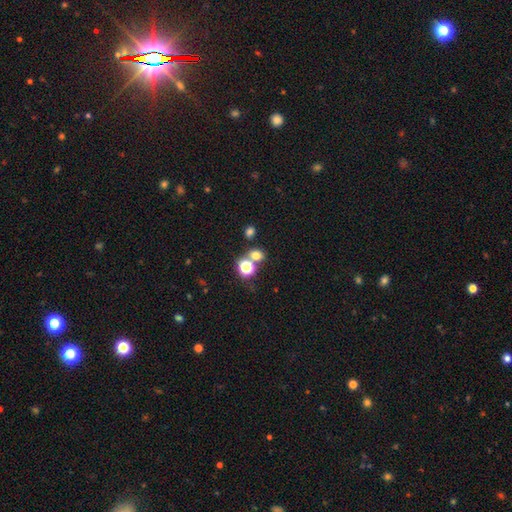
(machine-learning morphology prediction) This is likely a smooth galaxy (69%). How rounded: likely round (62%). Merging: likely none (61%).